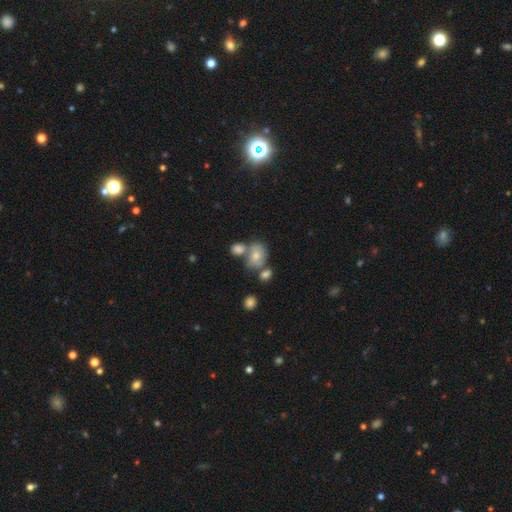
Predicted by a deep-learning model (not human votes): smooth-or-featured: smooth: 60% | featured or disk: 28% | star or artifact: 12%
  how-rounded: in between: 56% | round: 42% | cigar-shaped: 1%
  merging: none: 39% | merger: 38% | minor disturbance: 16% | major disturbance: 7%